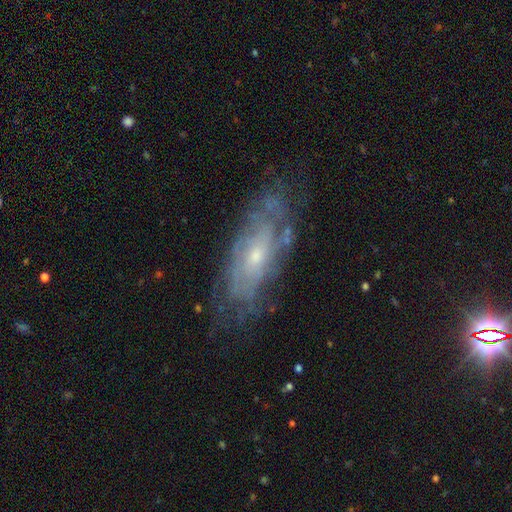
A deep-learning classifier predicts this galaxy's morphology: smooth-or-featured: featured or disk: 71% | smooth: 20% | star or artifact: 9%
  disk-edge-on: no: 85% | yes: 15%
    bar: no: 74% | weak: 22% | strong: 4%
    has-spiral-arms: yes: 73% | no: 27%
    bulge-size: small: 64% | moderate: 32% | none: 2% | large: 2% | dominant: 1%
  merging: none: 72% | minor disturbance: 19% | major disturbance: 7% | merger: 2%